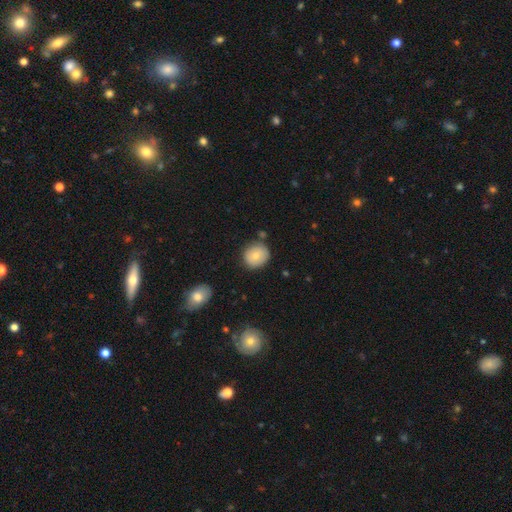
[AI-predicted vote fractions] This appears to be a smooth galaxy with no disk features (77%) that is round (80%). Merging: none (81%).